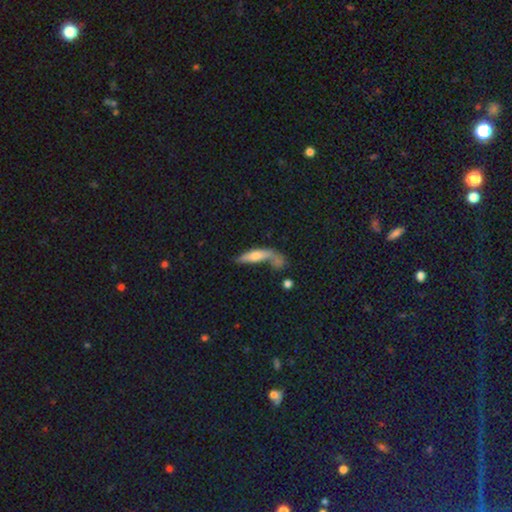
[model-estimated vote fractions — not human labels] smooth-or-featured: smooth: 59% | featured or disk: 32% | star or artifact: 9%
  how-rounded: cigar-shaped: 67% | in between: 29% | round: 4%
  merging: none: 35% | merger: 28% | major disturbance: 19% | minor disturbance: 18%